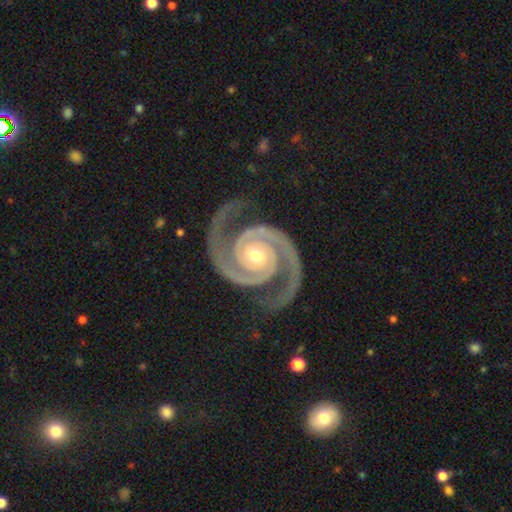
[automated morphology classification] featured or disk 95%, star or artifact 3%, smooth 2%. Down the decision tree: edge-on disk — no (98%); bar — no (73%); spiral arms — yes (99%); spiral arm count — 2 (95%); spiral winding — tight (61%); bulge size — moderate (58%); merging — none (84%).